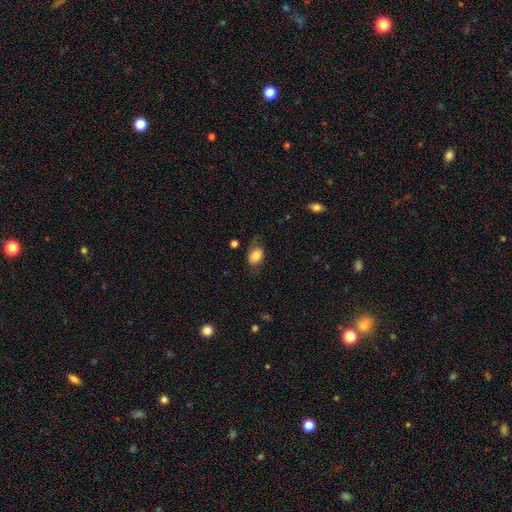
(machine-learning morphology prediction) type=smooth (78%); roundness=in between (75%); merging=none (59%).